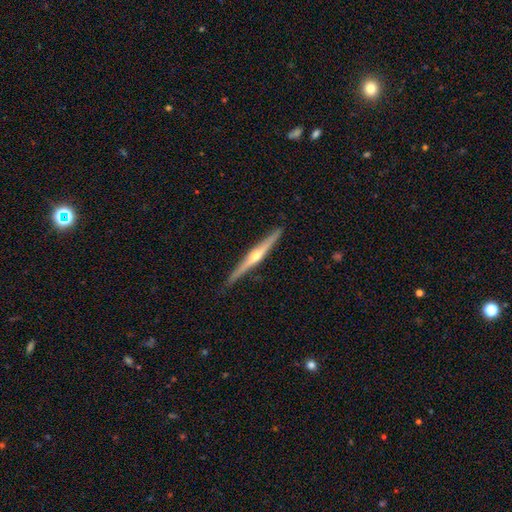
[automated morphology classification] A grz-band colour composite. It shows a featured or disk galaxy (79%) viewed edge-on (98%) with a rounded central bulge (90%). Merging: none (90%).